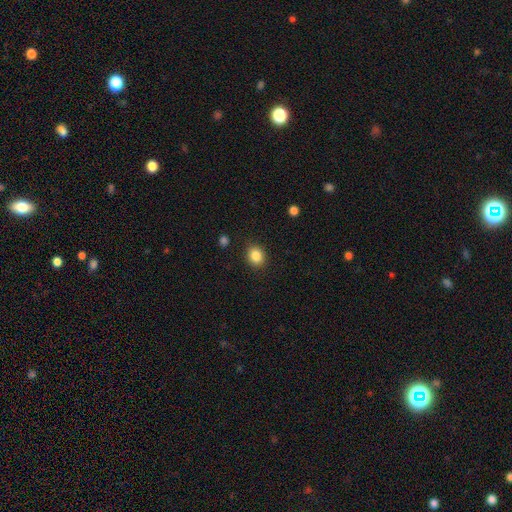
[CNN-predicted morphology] smooth_or_featured: smooth (p=0.85) [alt: star or artifact p=0.10]
how_rounded: round (p=0.65) [alt: in between p=0.34]
merging: none (p=0.89) [alt: minor disturbance p=0.08]